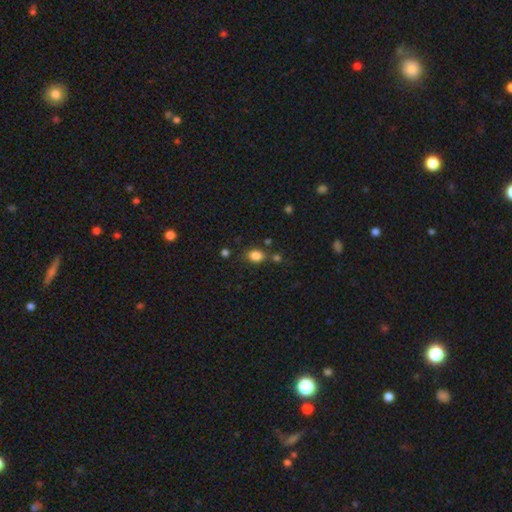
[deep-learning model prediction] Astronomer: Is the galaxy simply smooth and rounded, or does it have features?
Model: smooth — 83%.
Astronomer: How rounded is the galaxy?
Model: in between — 67%.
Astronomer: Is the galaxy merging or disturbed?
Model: none — 72%.